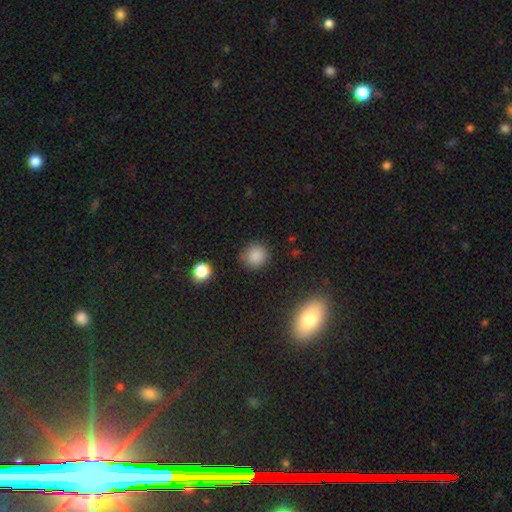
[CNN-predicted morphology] Q: Smooth or featured?
A: smooth (84%); runner-up: star or artifact (12%)
Q: How rounded?
A: round (89%); runner-up: in between (10%)
Q: Merging?
A: none (83%); runner-up: minor disturbance (12%)